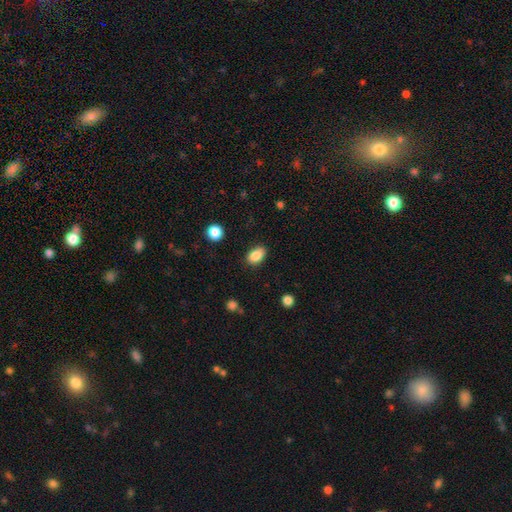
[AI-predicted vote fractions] smooth-or-featured: smooth: 87% | star or artifact: 8% | featured or disk: 5%
  how-rounded: in between: 87% | round: 11% | cigar-shaped: 2%
  merging: none: 85% | minor disturbance: 11% | major disturbance: 3% | merger: 1%